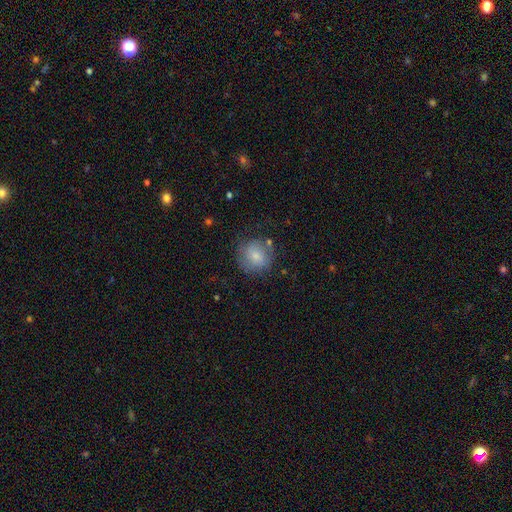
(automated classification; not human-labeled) Smooth or featured? Predicted: smooth (p=0.72). How rounded? Predicted: round (p=0.85). Merging? Predicted: none (p=0.66).